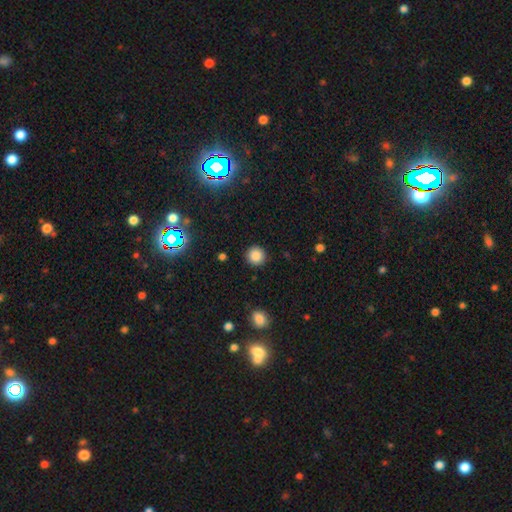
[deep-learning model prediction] This is clearly a smooth galaxy (85%). How rounded: clearly round (94%). Merging: clearly none (91%).